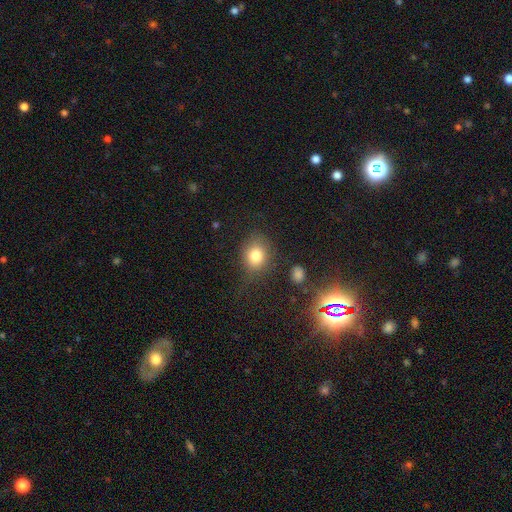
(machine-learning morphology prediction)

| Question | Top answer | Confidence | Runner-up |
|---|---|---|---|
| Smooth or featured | smooth | 78% | star or artifact (12%) |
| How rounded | round | 58% | in between (41%) |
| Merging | none | 70% | minor disturbance (18%) |